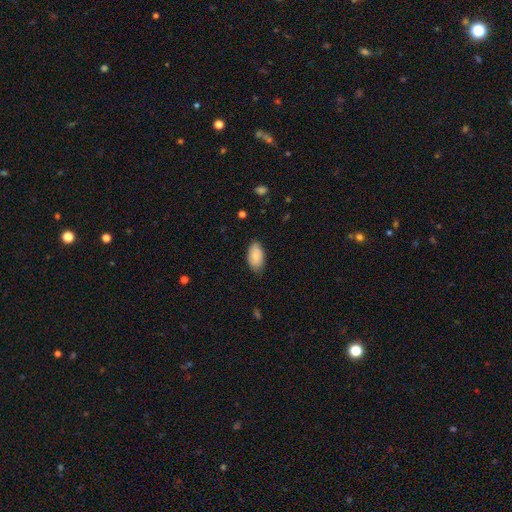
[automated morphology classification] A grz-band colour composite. It shows a smooth galaxy with no disk features (75%) that is in between round and cigar-shaped (94%). Merging: none (75%).